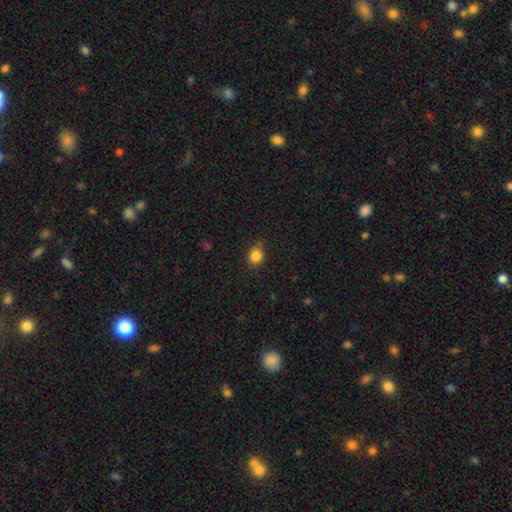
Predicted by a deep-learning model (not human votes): Smooth or featured?
  - smooth: 85% *
  - star or artifact: 11%
  - featured or disk: 4%
How rounded?
  - round: 63% *
  - in between: 36%
  - cigar-shaped: 1%
Merging?
  - none: 78% *
  - minor disturbance: 17%
  - major disturbance: 4%
  - merger: 2%